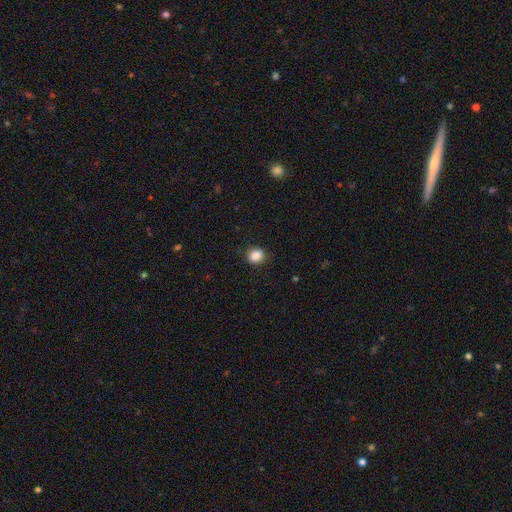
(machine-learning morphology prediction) Overall: smooth (87%). How rounded: round (69%; in between 30%). Merging: none (87%).